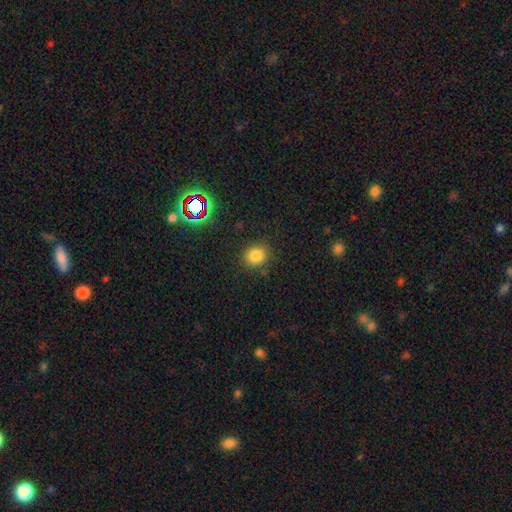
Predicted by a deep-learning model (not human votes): Smooth or featured? Predicted: smooth (p=0.81). How rounded? Predicted: round (p=0.70). Merging? Predicted: none (p=0.86).